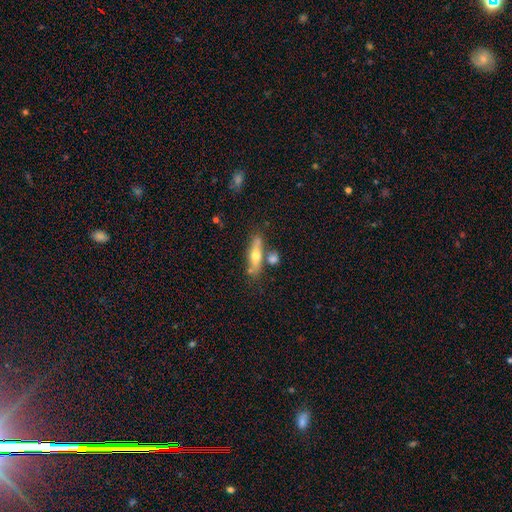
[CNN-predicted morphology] A smooth galaxy with no disk features (49%). Merging: none (67%).